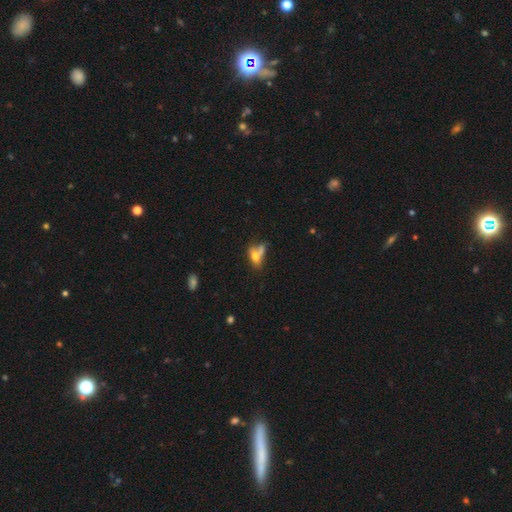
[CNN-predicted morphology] Smooth or featured?
  - smooth: 63% *
  - featured or disk: 26%
  - star or artifact: 11%
How rounded?
  - in between: 73% *
  - round: 17%
  - cigar-shaped: 10%
Merging?
  - merger: 49% *
  - none: 28%
  - minor disturbance: 13%
  - major disturbance: 11%